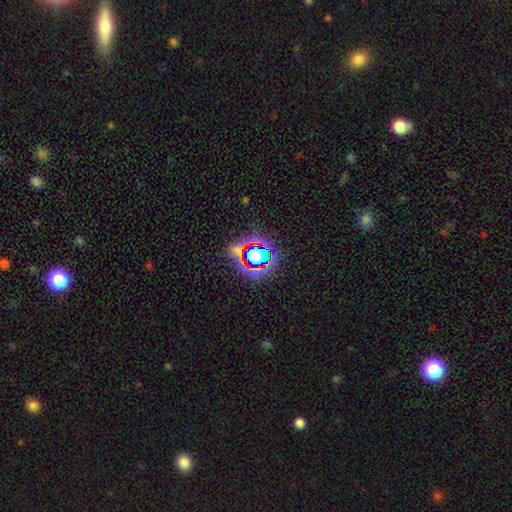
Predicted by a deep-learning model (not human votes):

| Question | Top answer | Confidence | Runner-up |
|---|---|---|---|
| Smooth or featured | star or artifact | 58% | smooth (28%) |